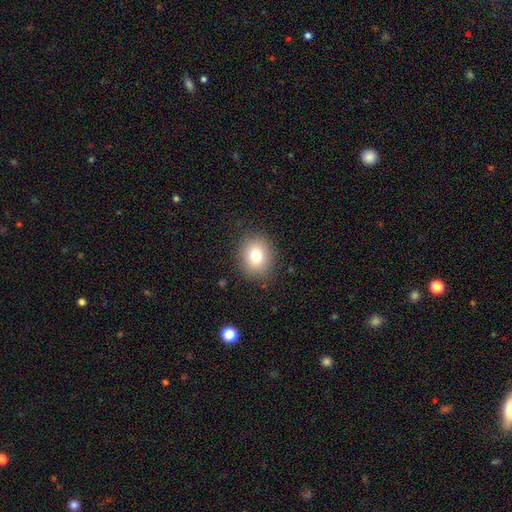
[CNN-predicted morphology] type=smooth (78%); roundness=round (69%); merging=none (87%).